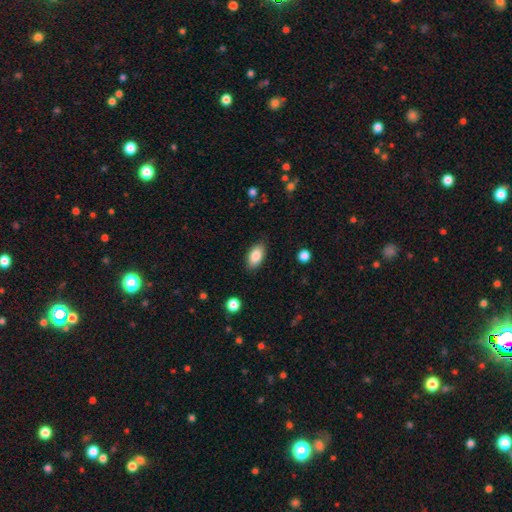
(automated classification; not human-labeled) The model was most divided on "merging": none: 86%, minor disturbance: 10%, major disturbance: 2%, merger: 1%. More confident: how rounded — in between (93%); smooth or featured — smooth (86%).